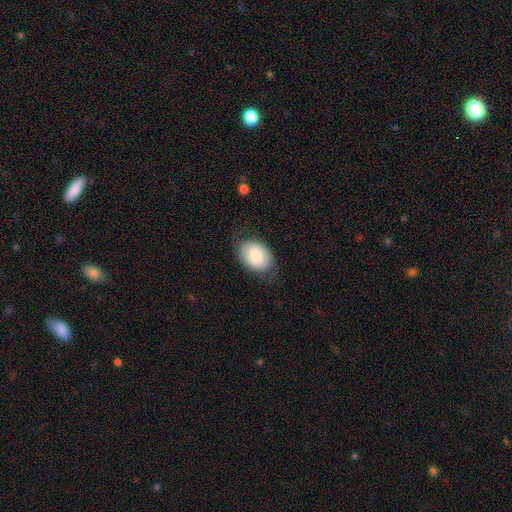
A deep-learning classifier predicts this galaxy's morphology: Smooth or featured?
  - smooth: 70% *
  - featured or disk: 23%
  - star or artifact: 7%
How rounded?
  - in between: 81% *
  - round: 18%
  - cigar-shaped: 1%
Merging?
  - none: 68% *
  - minor disturbance: 21%
  - major disturbance: 10%
  - merger: 1%